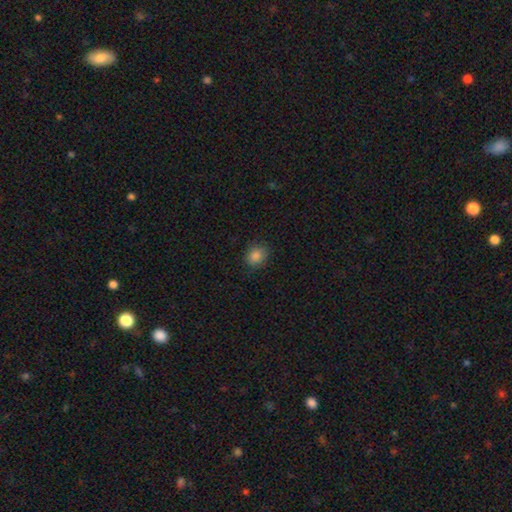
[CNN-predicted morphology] Smooth or featured? smooth (85%)
How rounded? round (64%)
Merging? none (84%)